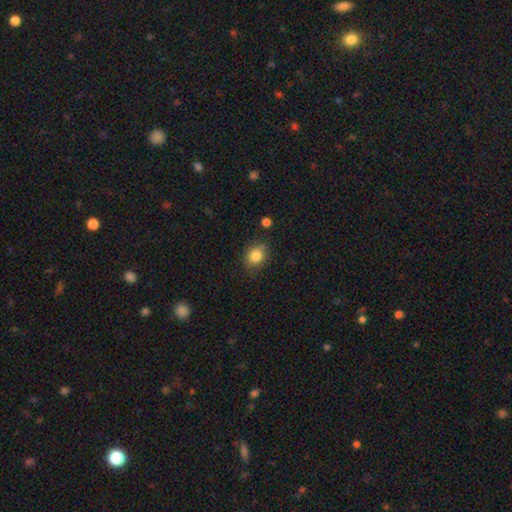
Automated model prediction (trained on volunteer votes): Morphology: type=smooth (84%); roundness=round (54%); merging=none (76%).